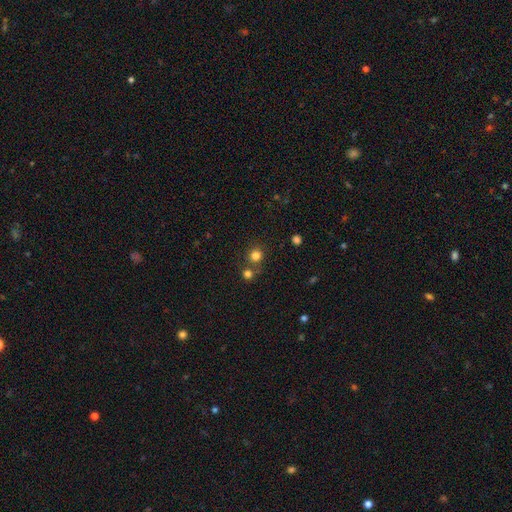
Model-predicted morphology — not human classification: type=smooth (79%); roundness=round (91%); merging=none (71%).